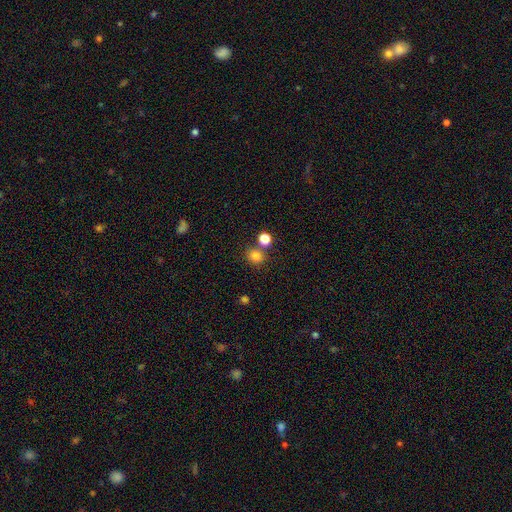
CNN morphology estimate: smooth-or-featured: smooth: 81% | star or artifact: 14% | featured or disk: 5%
  how-rounded: round: 75% | in between: 24% | cigar-shaped: 1%
  merging: none: 70% | merger: 18% | minor disturbance: 9% | major disturbance: 4%